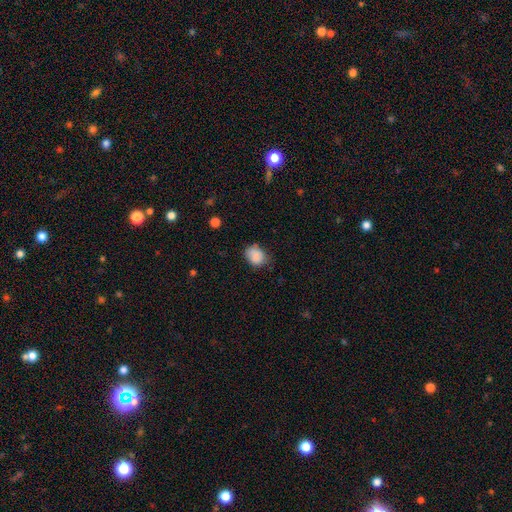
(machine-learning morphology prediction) The model was most divided on "how rounded": in between: 58%, round: 41%, cigar-shaped: 1%. More confident: smooth or featured — smooth (86%); merging — none (64%).